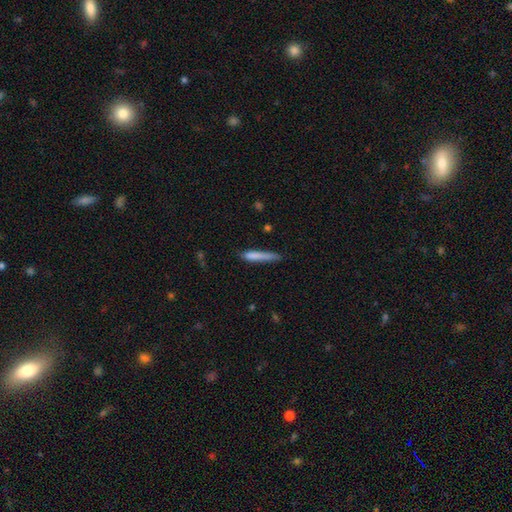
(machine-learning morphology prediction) smooth 78%, featured or disk 16%, star or artifact 6%. Down the decision tree: how rounded — cigar-shaped (93%); merging — none (69%).